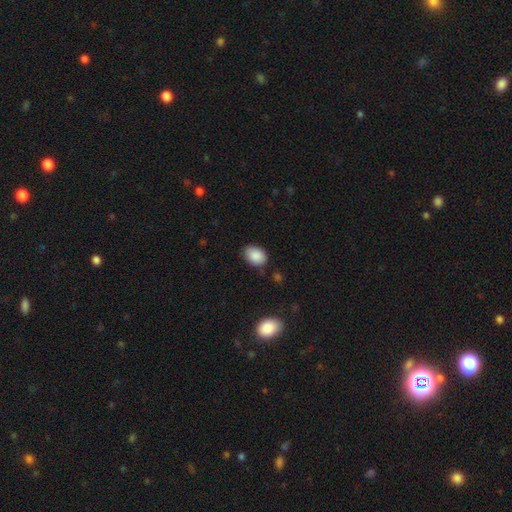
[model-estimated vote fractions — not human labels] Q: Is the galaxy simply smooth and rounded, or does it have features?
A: smooth — 88%.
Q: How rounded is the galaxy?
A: in between — 80%.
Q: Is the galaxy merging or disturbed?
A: none — 79%.